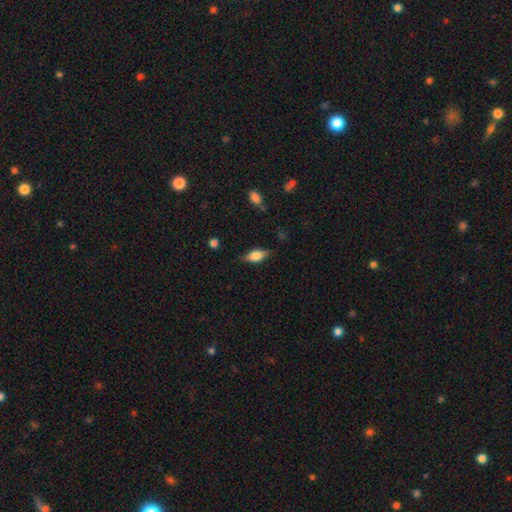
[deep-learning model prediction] A smooth galaxy with no disk features (63%) that is in between round and cigar-shaped (80%). Merging: none (79%).